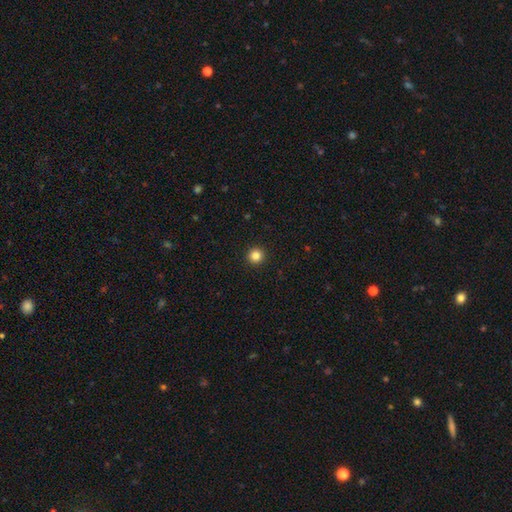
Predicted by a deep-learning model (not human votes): Overall: smooth (84%). How rounded: round (96%). Merging: none (94%).